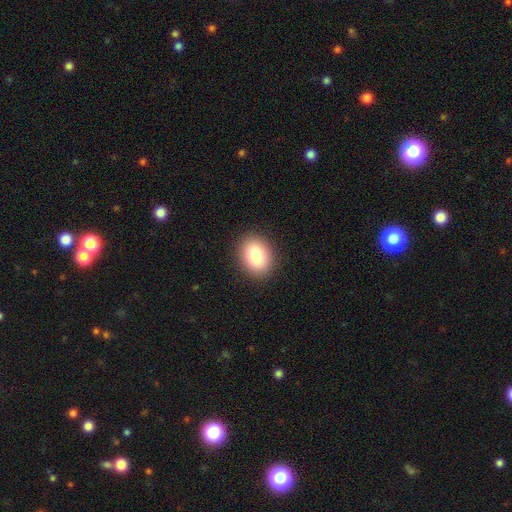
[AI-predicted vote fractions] Smooth or featured? smooth (84%)
How rounded? in between (63%)
Merging? none (89%)